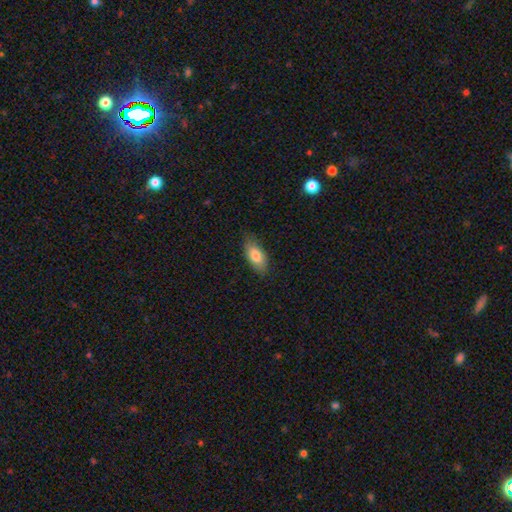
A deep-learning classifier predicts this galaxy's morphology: Smooth or featured? smooth (81%)
How rounded? in between (88%)
Merging? none (79%)